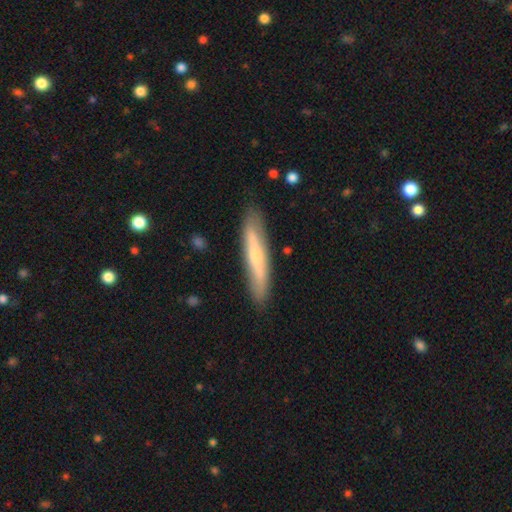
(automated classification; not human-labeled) Smooth or featured?
  - smooth: 52% *
  - featured or disk: 42%
  - star or artifact: 6%
How rounded?
  - cigar-shaped: 90% *
  - in between: 9%
  - round: 1%
Merging?
  - none: 85% *
  - minor disturbance: 11%
  - major disturbance: 2%
  - merger: 1%